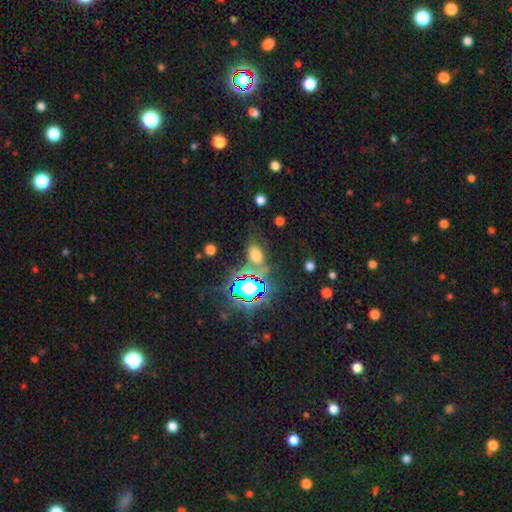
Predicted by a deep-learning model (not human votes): Smooth or featured? smooth (59%)
How rounded? in between (81%)
Merging? none (63%)